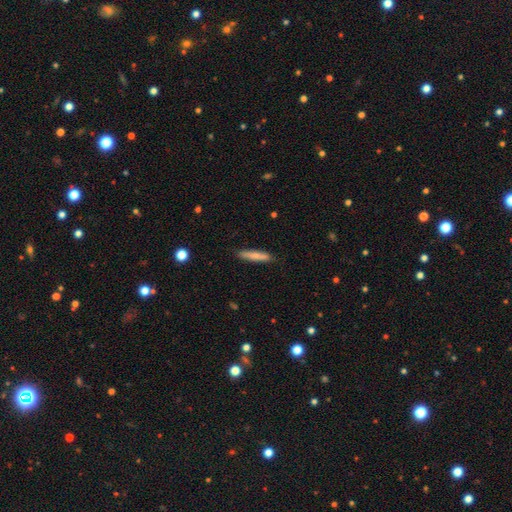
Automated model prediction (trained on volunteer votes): This appears to be a smooth galaxy with no disk features (77%) that is cigar-shaped (91%). Merging: none (88%).